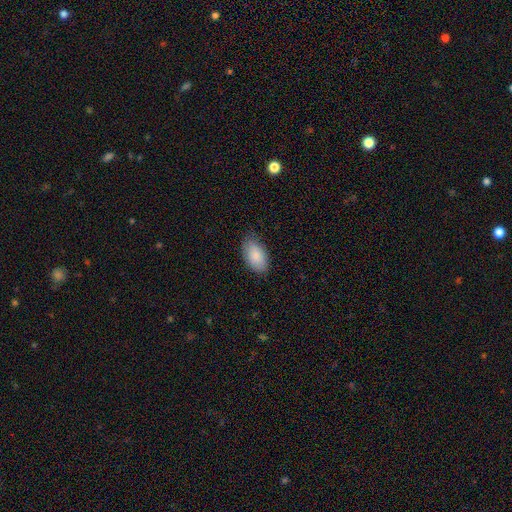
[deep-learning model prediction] The model was most divided on "merging": none: 79%, minor disturbance: 17%, major disturbance: 3%, merger: 1%. More confident: how rounded — in between (94%); smooth or featured — smooth (85%).